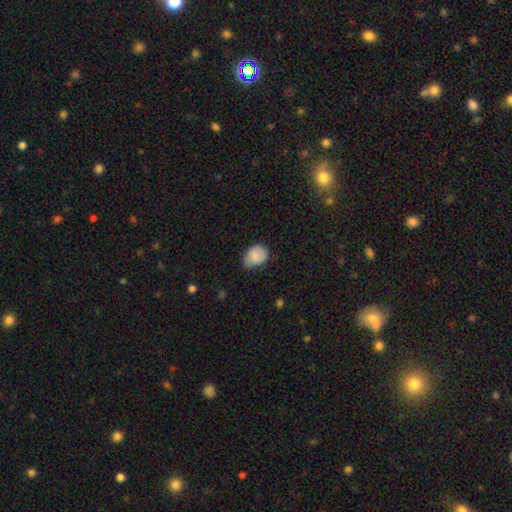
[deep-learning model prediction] Morphology: type=smooth (83%); roundness=in between (66%); merging=none (57%).